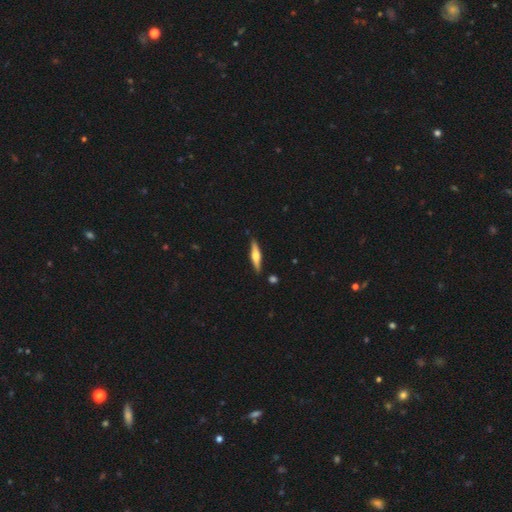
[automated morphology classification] smooth_or_featured: featured or disk (p=0.55) [alt: smooth p=0.39]
disk_edge_on: yes (p=0.96) [alt: no p=0.04]
edge_on_bulge: rounded (p=0.82) [alt: boxy p=0.14]
merging: none (p=0.87) [alt: minor disturbance p=0.09]